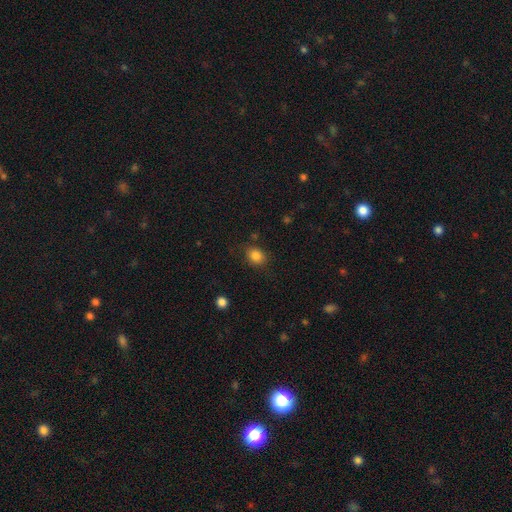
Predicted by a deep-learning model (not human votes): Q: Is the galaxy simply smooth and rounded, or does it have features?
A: smooth — 85%.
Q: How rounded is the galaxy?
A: round — 57%.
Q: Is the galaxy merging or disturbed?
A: none — 81%.